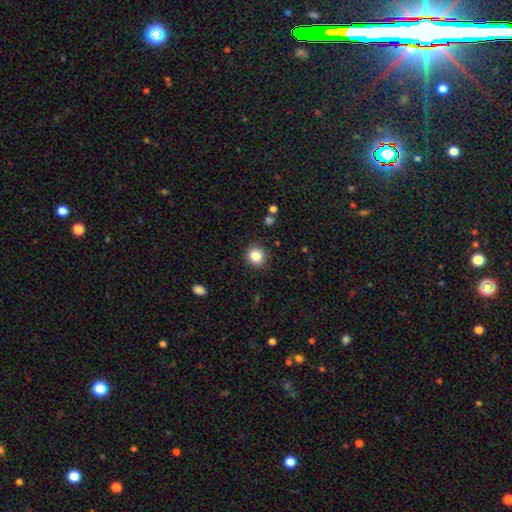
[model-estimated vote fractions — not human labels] A smooth galaxy with no disk features (84%) that is round (90%).

Vote fractions:
- Smooth or featured? smooth: 84% / star or artifact: 11% / featured or disk: 5%
- How rounded? round: 90% / in between: 9% / cigar-shaped: 1%
- Merging? none: 90% / minor disturbance: 6% / major disturbance: 2% / merger: 1%